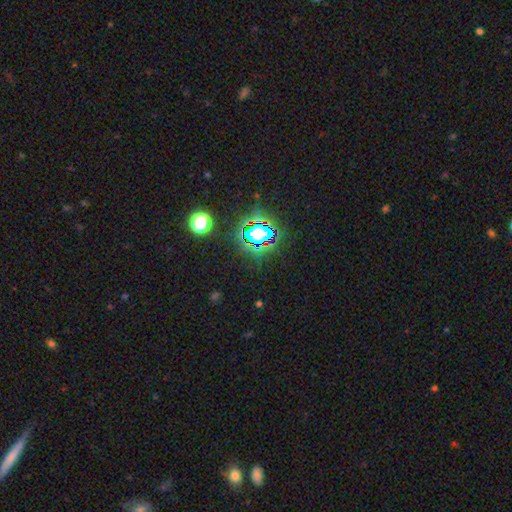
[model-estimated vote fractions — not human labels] Smooth or featured: star or artifact — 81% (smooth — 12%)